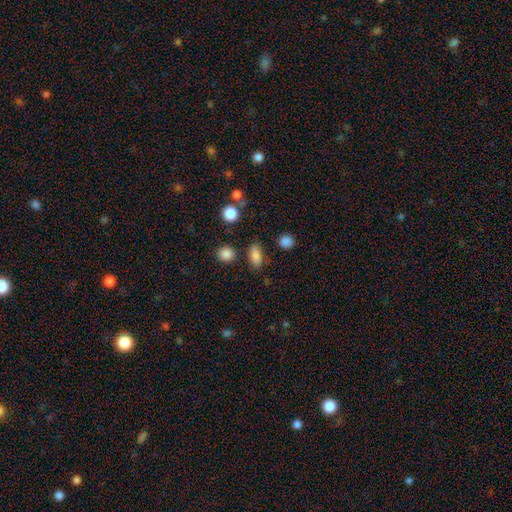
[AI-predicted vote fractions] Smooth or featured? Predicted: smooth (p=0.82). How rounded? Predicted: in between (p=0.79). Merging? Predicted: none (p=0.81).